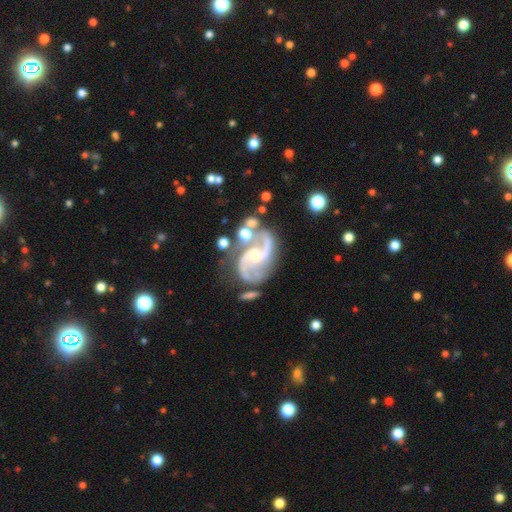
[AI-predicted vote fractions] This is clearly a featured or disk galaxy (92%). It is clearly not viewed edge-on (98%). Bar: marginally no (45%). Spiral arm pattern: clearly yes (98%). Spiral arm count: clearly 2 (91%). Spiral winding: possibly medium (57%). Central bulge: possibly moderate (49%). Merging: likely none (61%).